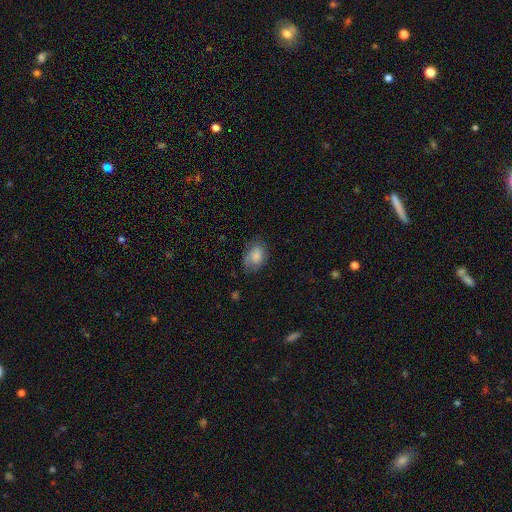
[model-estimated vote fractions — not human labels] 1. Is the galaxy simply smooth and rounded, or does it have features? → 72% smooth, 19% featured or disk, 9% star or artifact.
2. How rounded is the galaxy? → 79% in between, 20% round, 1% cigar-shaped.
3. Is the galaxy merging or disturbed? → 61% none, 27% minor disturbance, 10% major disturbance, 2% merger.